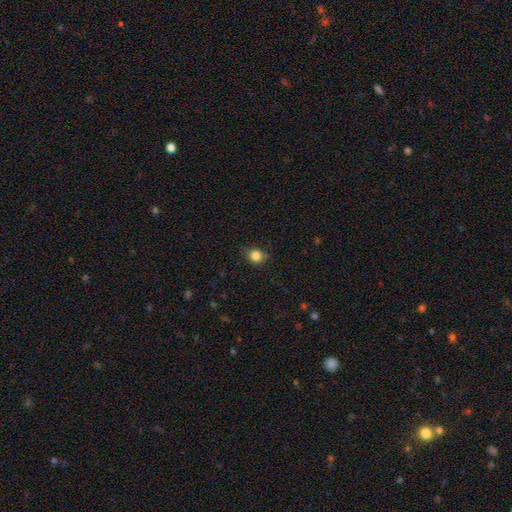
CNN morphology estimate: This appears to be a smooth galaxy with no disk features (83%) that is round (78%). Merging: none (74%).